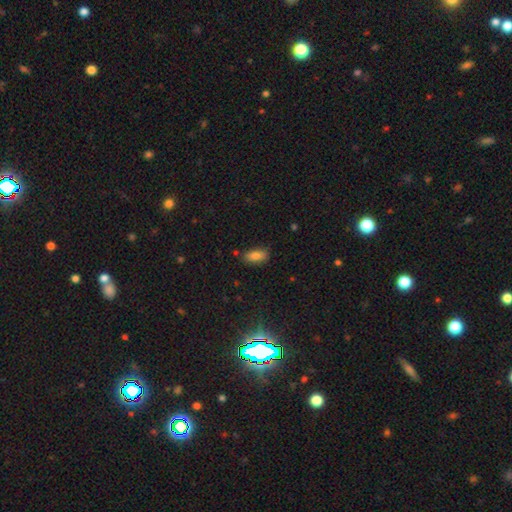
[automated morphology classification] Smooth or featured: smooth — 80% (star or artifact — 11%)
How rounded: in between — 85% (cigar-shaped — 12%)
Merging: none — 79% (minor disturbance — 15%)